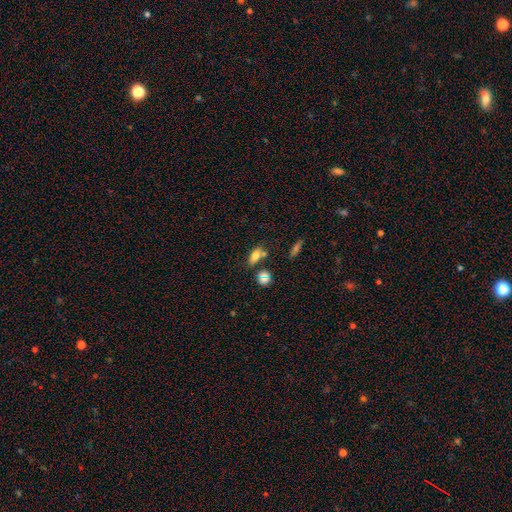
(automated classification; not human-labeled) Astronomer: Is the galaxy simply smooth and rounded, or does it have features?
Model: smooth — 73%.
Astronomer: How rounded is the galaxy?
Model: in between — 79%.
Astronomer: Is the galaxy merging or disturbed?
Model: none — 56%.